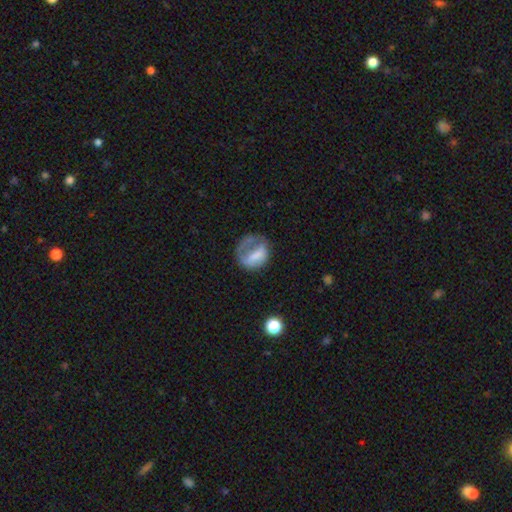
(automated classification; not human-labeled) Smooth or featured: smooth — 55% (featured or disk — 36%)
How rounded: round — 55% (in between — 43%)
Merging: major disturbance — 43% (none — 32%)